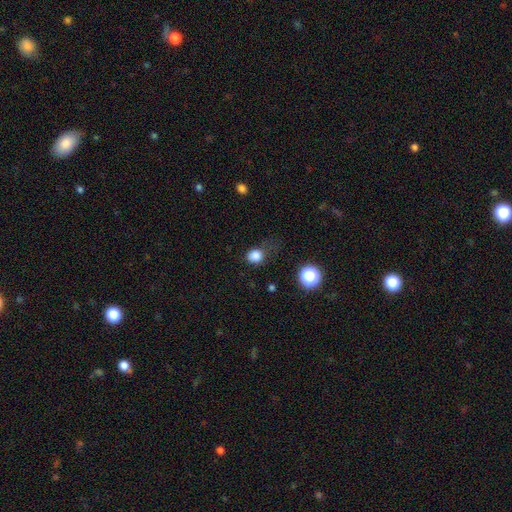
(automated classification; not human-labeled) A smooth galaxy with no disk features (82%) that is round (69%). Merging: none (51%).